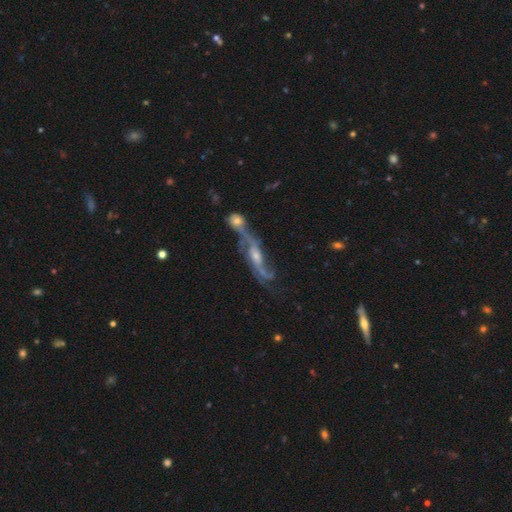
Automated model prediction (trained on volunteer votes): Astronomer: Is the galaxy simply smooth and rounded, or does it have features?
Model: featured or disk — 85%.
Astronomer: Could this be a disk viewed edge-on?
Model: no — 76%.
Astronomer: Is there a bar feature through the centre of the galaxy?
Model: no — 45% (runner-up: weak, 39%).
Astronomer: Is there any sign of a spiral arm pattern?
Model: yes — 92%.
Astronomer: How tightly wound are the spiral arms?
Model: loose — 63%.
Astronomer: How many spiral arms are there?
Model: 2 — 83%.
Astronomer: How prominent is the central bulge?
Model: moderate — 46% (runner-up: small, 44%).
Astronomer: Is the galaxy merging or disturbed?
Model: merger — 43% (runner-up: none, 32%).